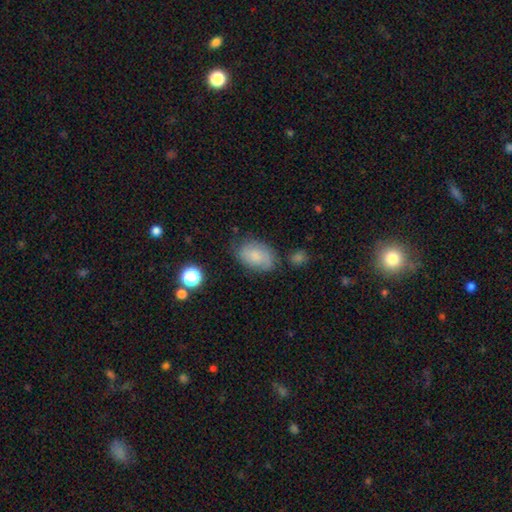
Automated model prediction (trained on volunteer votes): Morphology: type=smooth (65%); roundness=in between (87%); merging=none (68%).